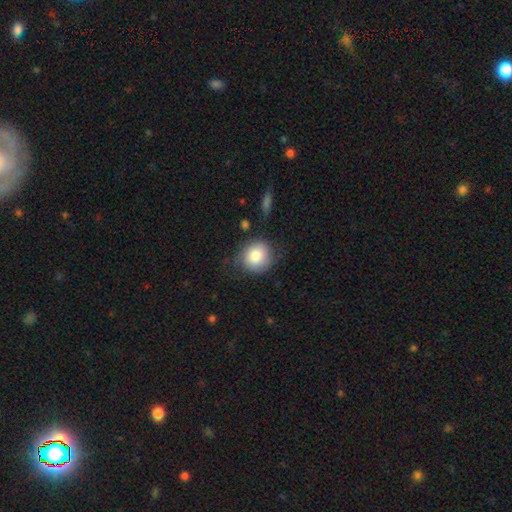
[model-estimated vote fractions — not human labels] Smooth or featured: smooth — 82% (featured or disk — 11%)
How rounded: round — 86% (in between — 13%)
Merging: none — 70% (minor disturbance — 20%)